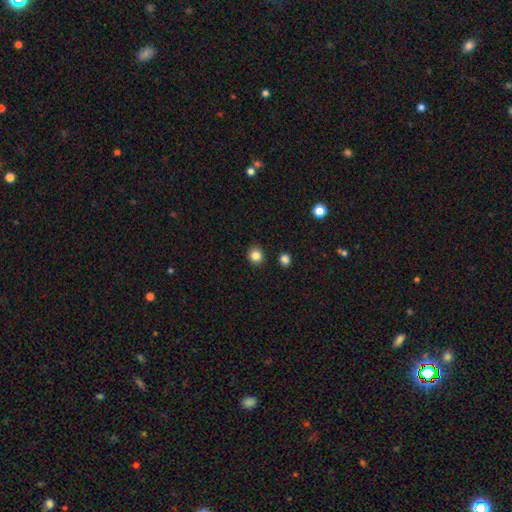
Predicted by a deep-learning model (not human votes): Smooth or featured? smooth (84%)
How rounded? round (87%)
Merging? none (90%)